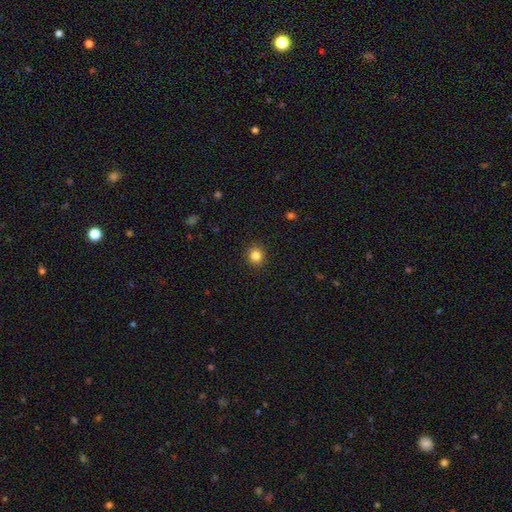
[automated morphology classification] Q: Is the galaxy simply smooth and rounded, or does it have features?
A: smooth — 84%.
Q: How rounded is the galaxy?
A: round — 87%.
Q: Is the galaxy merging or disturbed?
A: none — 92%.